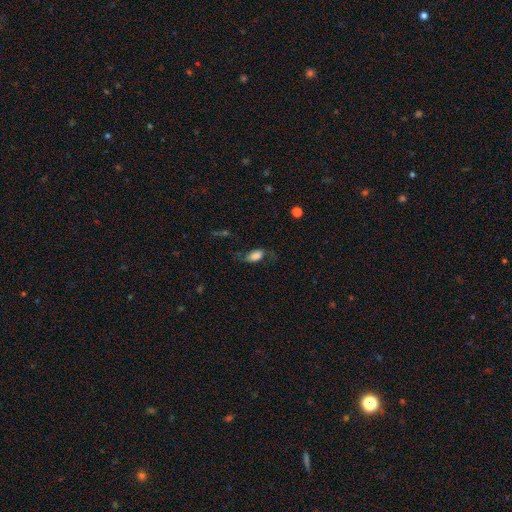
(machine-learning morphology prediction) Smooth or featured? Predicted: smooth (p=0.66). How rounded? Predicted: in between (p=0.88). Merging? Predicted: none (p=0.56).